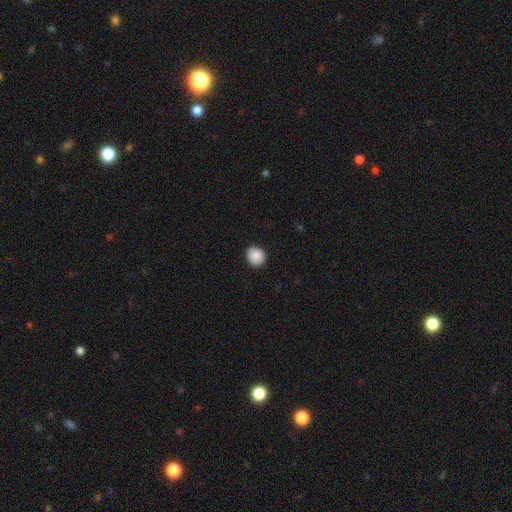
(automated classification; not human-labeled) This is clearly a smooth galaxy (90%). How rounded: clearly round (87%). Merging: clearly none (92%).